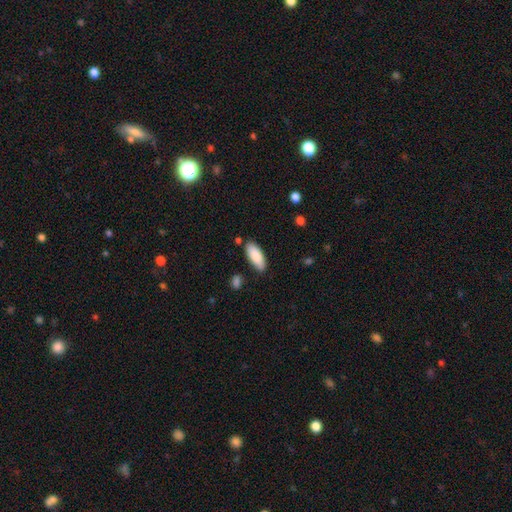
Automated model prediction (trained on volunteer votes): smooth 87%, featured or disk 7%, star or artifact 6%. Down the decision tree: how rounded — in between (79%); merging — none (83%).